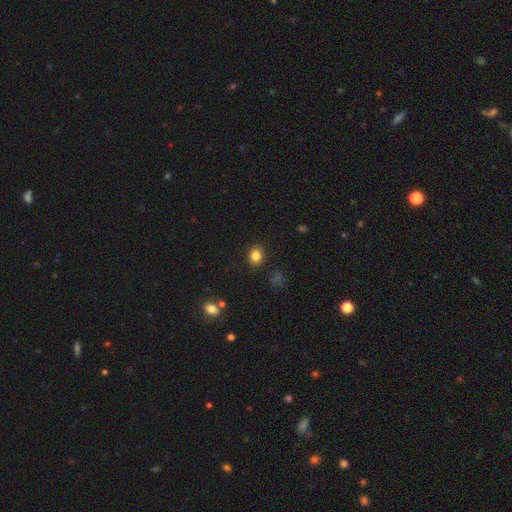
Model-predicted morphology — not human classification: Overall: smooth (84%). How rounded: round (57%; in between 43%). Merging: none (88%).